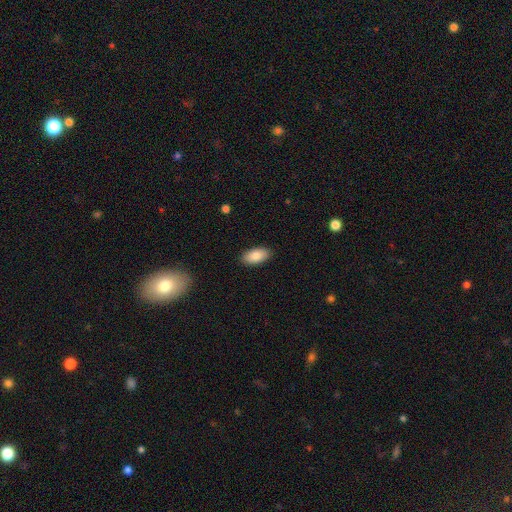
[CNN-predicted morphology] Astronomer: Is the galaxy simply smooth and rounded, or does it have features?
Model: smooth — 85%.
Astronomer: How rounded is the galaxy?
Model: in between — 93%.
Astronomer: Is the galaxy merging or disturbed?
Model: none — 89%.